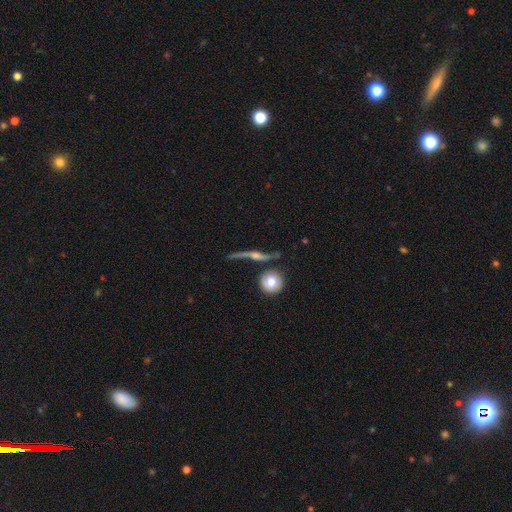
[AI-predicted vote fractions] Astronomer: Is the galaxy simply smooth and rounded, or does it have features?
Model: featured or disk — 70%.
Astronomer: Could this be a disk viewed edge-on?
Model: yes — 75%.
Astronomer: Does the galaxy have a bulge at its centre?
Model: rounded — 81%.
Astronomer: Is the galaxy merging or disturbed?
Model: none — 64%.